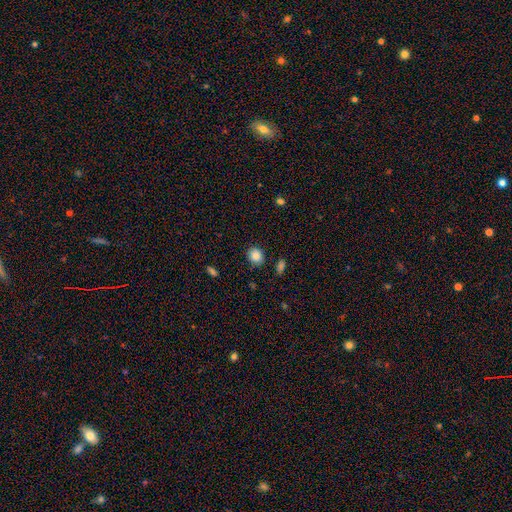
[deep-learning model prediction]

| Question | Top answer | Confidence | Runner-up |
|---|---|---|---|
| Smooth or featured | smooth | 86% | star or artifact (9%) |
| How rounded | round | 72% | in between (27%) |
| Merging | none | 86% | minor disturbance (9%) |